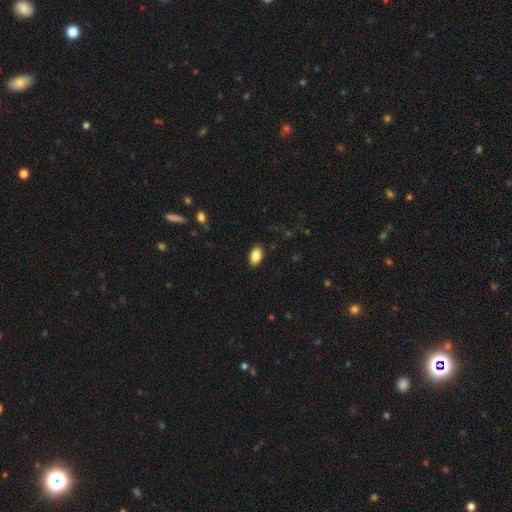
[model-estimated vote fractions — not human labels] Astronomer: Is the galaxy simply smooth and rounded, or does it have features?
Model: smooth — 87%.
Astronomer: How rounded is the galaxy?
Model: in between — 92%.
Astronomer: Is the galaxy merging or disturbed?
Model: none — 88%.